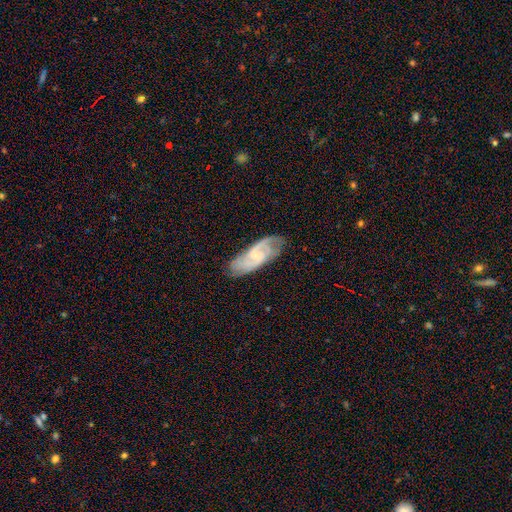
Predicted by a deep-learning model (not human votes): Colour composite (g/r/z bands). It shows a featured or disk galaxy (75%) with a weak bar (47%), 2 (57%) medium (47%) spiral arms (93%) and a small central bulge (62%). Merging: none (72%).